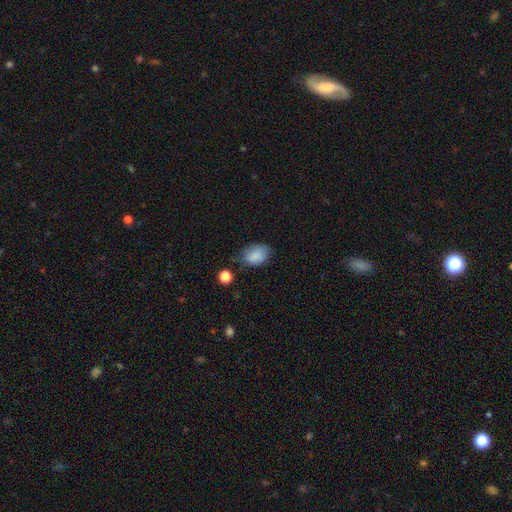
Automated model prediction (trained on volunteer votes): This appears to be a smooth galaxy with no disk features (85%) that is in between round and cigar-shaped (78%). Merging: none (64%).